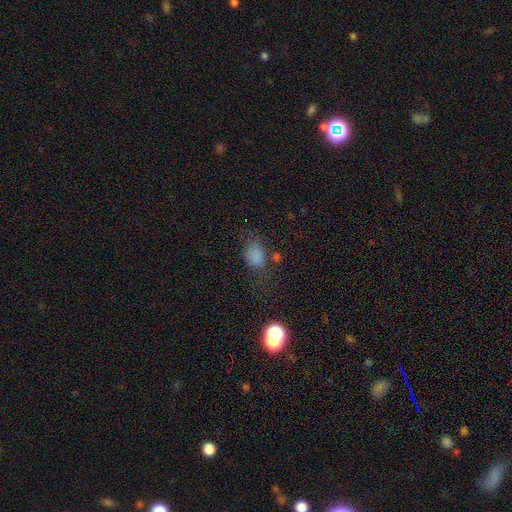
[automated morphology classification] Smooth or featured? smooth (77%)
How rounded? in between (74%)
Merging? none (55%)